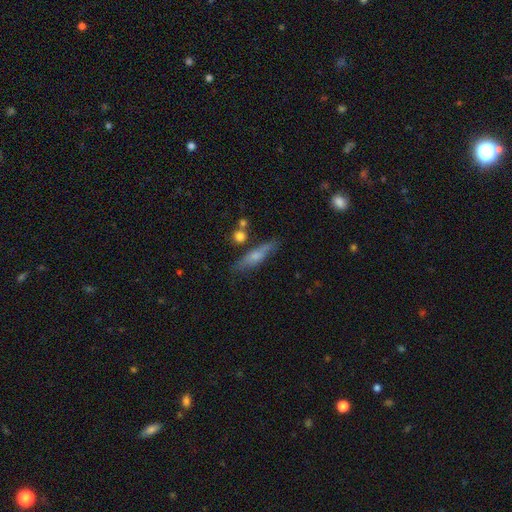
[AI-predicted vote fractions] smooth_or_featured: smooth (p=0.53) [alt: featured or disk p=0.39]
how_rounded: cigar-shaped (p=0.79) [alt: in between p=0.18]
merging: none (p=0.73) [alt: minor disturbance p=0.16]